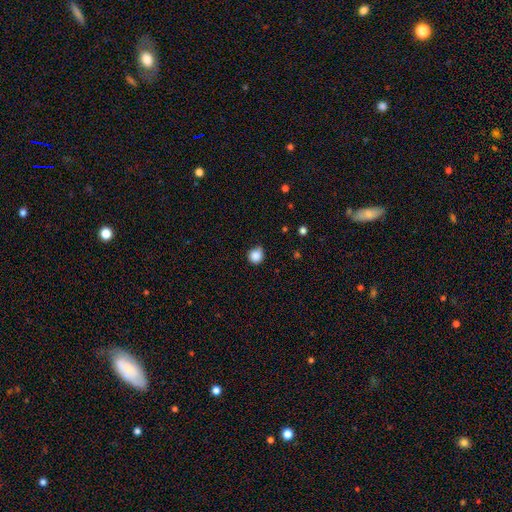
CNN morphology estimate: Q: Smooth or featured?
A: smooth (86%); runner-up: star or artifact (10%)
Q: How rounded?
A: round (90%); runner-up: in between (9%)
Q: Merging?
A: none (71%); runner-up: minor disturbance (23%)